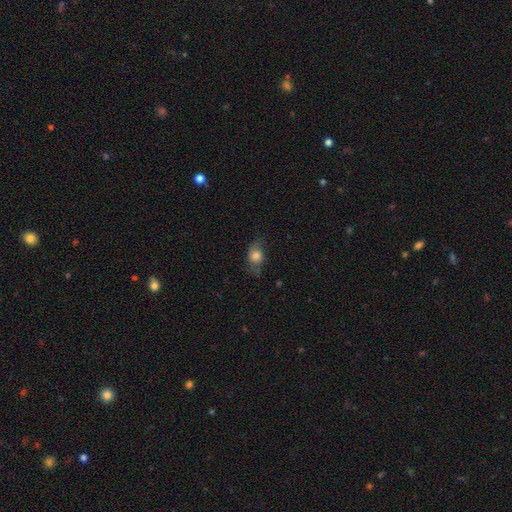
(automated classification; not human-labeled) Q: Smooth or featured?
A: smooth (62%); runner-up: featured or disk (28%)
Q: How rounded?
A: in between (70%); runner-up: round (26%)
Q: Merging?
A: none (57%); runner-up: minor disturbance (27%)